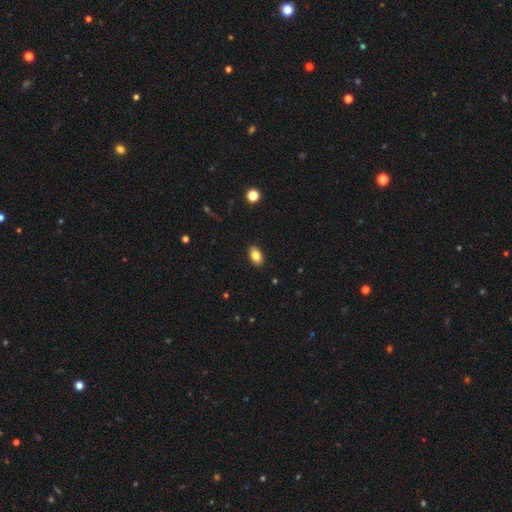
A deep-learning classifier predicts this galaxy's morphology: type=smooth (82%); roundness=in between (90%); merging=none (89%).